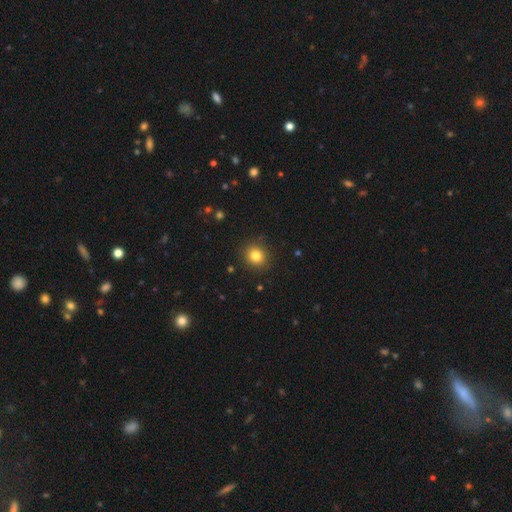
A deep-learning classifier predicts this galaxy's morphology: This appears to be a smooth galaxy with no disk features (82%) that is round (85%). Merging: none (90%).